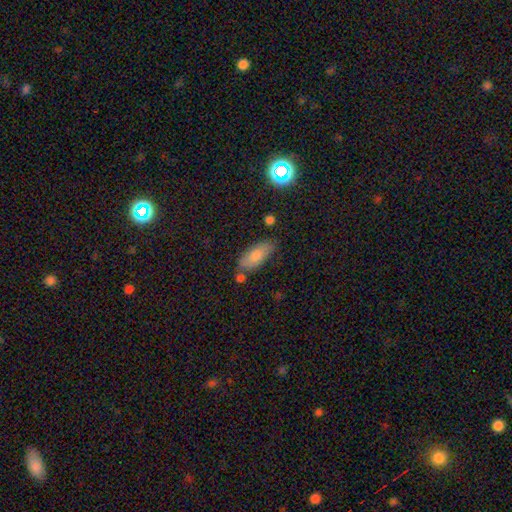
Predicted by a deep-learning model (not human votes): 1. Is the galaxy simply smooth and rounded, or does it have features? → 73% smooth, 16% featured or disk, 11% star or artifact.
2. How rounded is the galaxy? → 78% in between, 19% cigar-shaped, 3% round.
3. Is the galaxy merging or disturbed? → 71% none, 18% minor disturbance, 7% merger, 4% major disturbance.